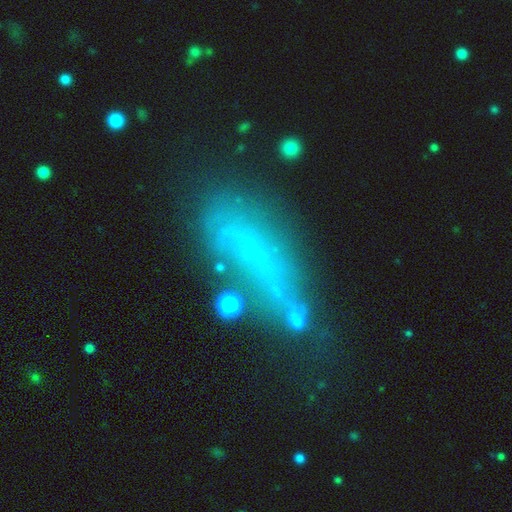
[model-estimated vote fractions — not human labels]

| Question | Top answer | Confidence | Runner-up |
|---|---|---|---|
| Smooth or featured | featured or disk | 44% | smooth (35%) |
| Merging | none | 35% | major disturbance (27%) |